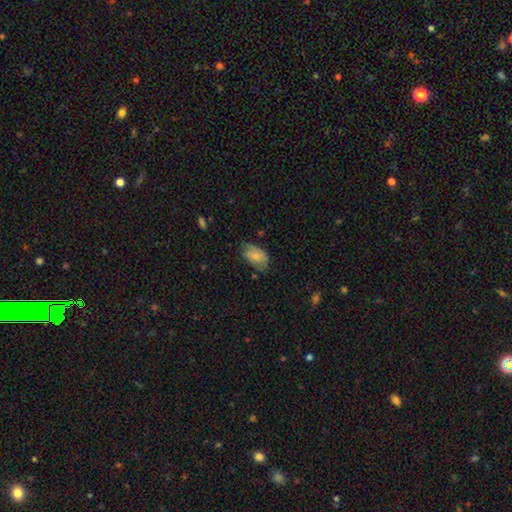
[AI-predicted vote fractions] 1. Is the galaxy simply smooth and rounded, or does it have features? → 79% smooth, 14% featured or disk, 7% star or artifact.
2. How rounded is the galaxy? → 92% in between, 6% round, 2% cigar-shaped.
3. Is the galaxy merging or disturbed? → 57% none, 32% minor disturbance, 9% major disturbance, 2% merger.